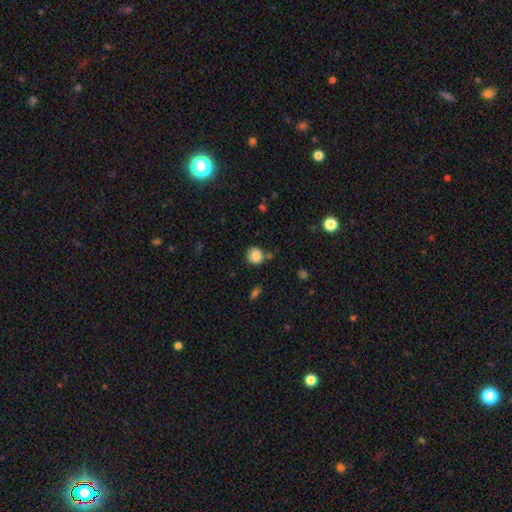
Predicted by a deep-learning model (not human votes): Overall: smooth (85%). How rounded: round (87%). Merging: none (74%).